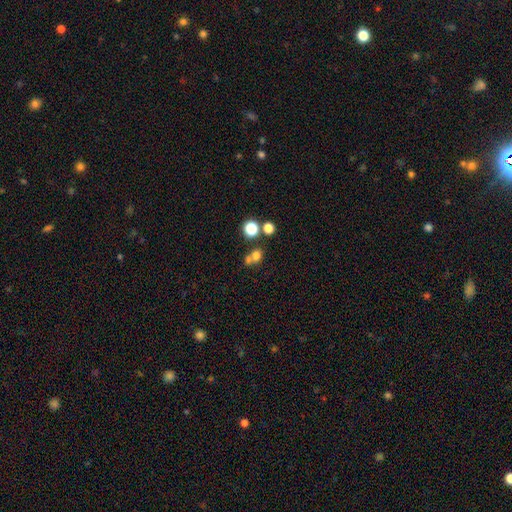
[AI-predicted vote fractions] Smooth or featured: smooth — 71% (star or artifact — 18%)
How rounded: round — 75% (in between — 23%)
Merging: none — 47% (merger — 41%)